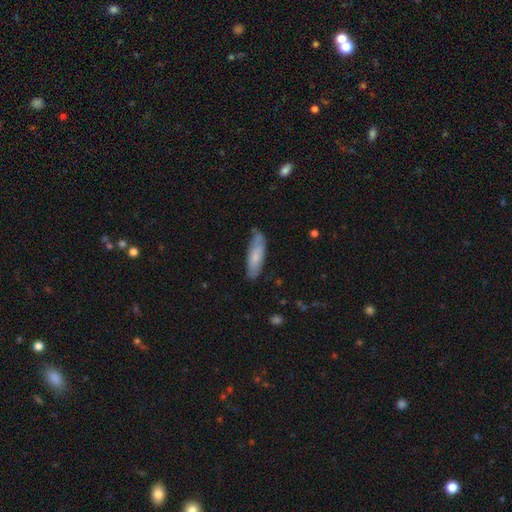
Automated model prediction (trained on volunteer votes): smooth 68%, featured or disk 27%, star or artifact 6%. Down the decision tree: how rounded — cigar-shaped (56%); merging — none (70%).